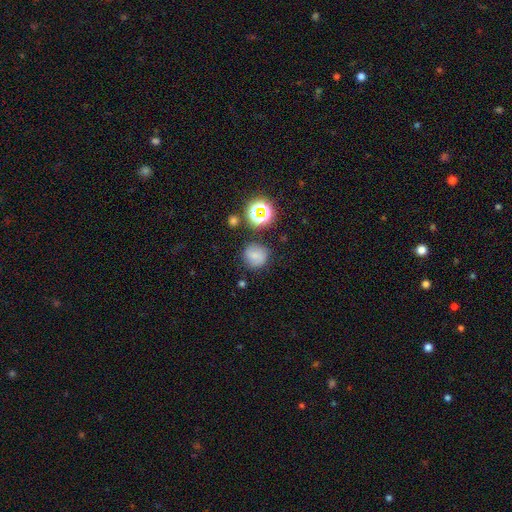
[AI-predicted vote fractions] smooth-or-featured: smooth: 65% | featured or disk: 18% | star or artifact: 17%
  how-rounded: round: 89% | in between: 10% | cigar-shaped: 1%
  merging: none: 78% | minor disturbance: 14% | major disturbance: 5% | merger: 4%